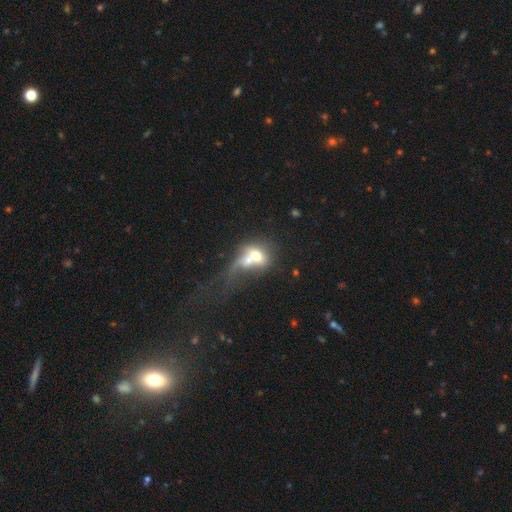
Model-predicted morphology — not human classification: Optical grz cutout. It shows a smooth galaxy with no disk features (57%) that is in between round and cigar-shaped (61%). Merging: merger (68%).